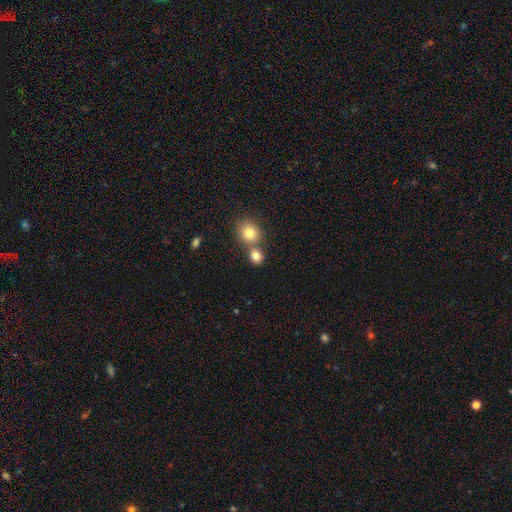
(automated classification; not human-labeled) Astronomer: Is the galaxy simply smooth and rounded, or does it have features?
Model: smooth — 81%.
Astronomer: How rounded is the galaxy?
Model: round — 77%.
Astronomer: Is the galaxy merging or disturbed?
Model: none — 53% (runner-up: merger, 36%).